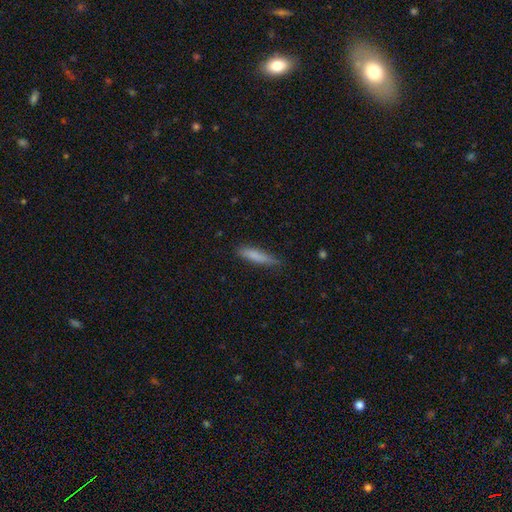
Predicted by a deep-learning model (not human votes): The model was most divided on "merging": none: 78%, minor disturbance: 18%, major disturbance: 3%, merger: 1%. More confident: how rounded — cigar-shaped (84%); smooth or featured — smooth (81%).